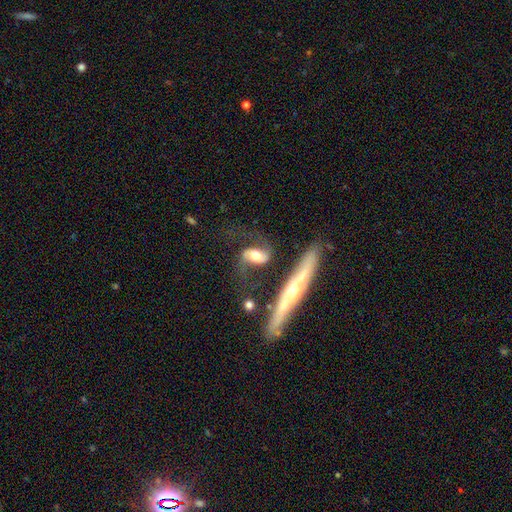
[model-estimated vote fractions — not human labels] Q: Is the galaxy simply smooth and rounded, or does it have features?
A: featured or disk — 74%.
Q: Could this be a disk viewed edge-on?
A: no — 90%.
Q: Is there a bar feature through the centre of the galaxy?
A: no — 40%.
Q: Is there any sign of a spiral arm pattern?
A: yes — 90%.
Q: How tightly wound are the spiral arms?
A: loose — 60%.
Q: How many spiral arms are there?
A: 2 — 91%.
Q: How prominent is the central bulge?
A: moderate — 60%.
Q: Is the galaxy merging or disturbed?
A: none — 55%.